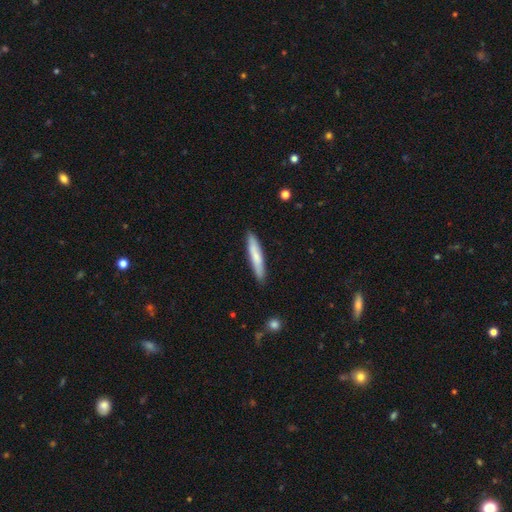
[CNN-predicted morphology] smooth-or-featured: smooth: 71% | featured or disk: 23% | star or artifact: 5%
  how-rounded: cigar-shaped: 91% | in between: 8% | round: 1%
  merging: none: 89% | minor disturbance: 8% | major disturbance: 1% | merger: 1%